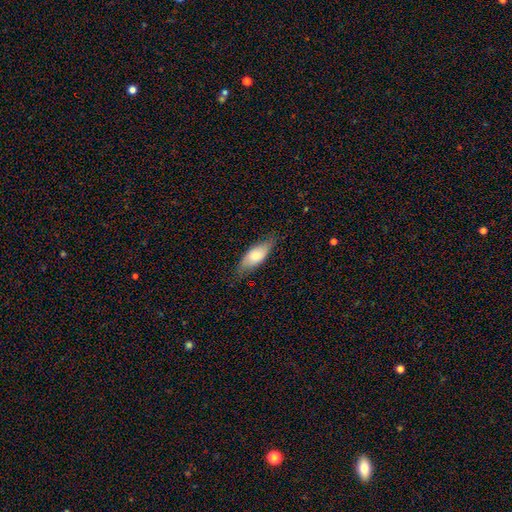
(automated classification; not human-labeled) Smooth or featured? Predicted: smooth (p=0.70). How rounded? Predicted: in between (p=0.76). Merging? Predicted: none (p=0.74).